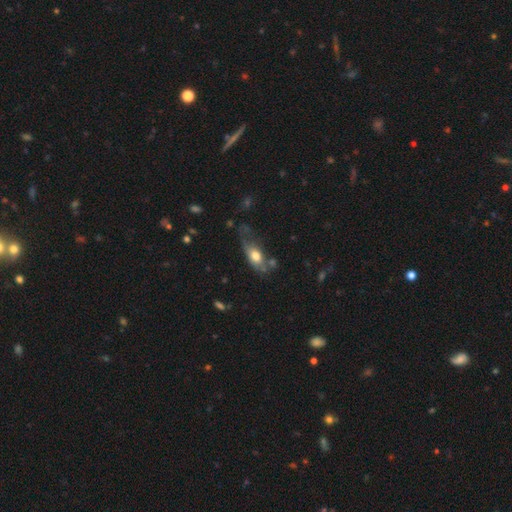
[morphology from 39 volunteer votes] A smooth galaxy with no disk features (59%) that is in between round and cigar-shaped (87%).

Vote fractions:
- Smooth or featured? smooth: 59% / featured or disk: 41% / star or artifact: 0%
- How rounded? in between: 87% / cigar-shaped: 13% / round: 0%
- Merging? none: 36% (tied) / major disturbance: 36% (tied) / minor disturbance: 23% / merger: 5%